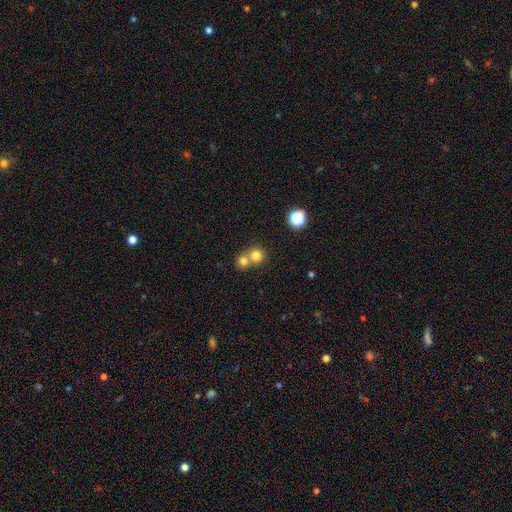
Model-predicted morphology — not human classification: The model was most divided on "merging": merger: 52%, none: 42%, minor disturbance: 4%, major disturbance: 2%. More confident: how rounded — round (89%); smooth or featured — smooth (77%).